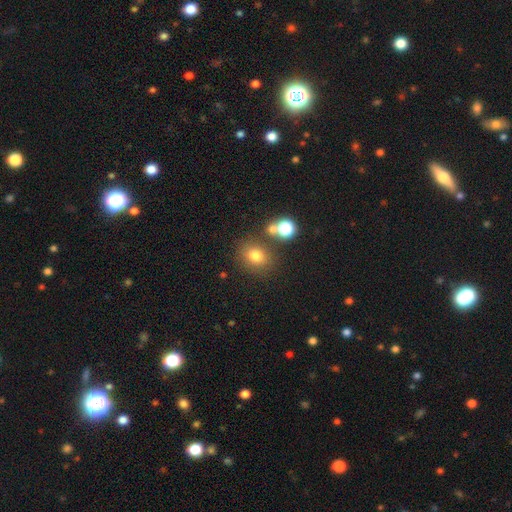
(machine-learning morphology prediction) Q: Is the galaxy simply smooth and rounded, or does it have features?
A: smooth — 76%.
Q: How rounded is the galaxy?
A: round — 60%.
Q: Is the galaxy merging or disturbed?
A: none — 75%.